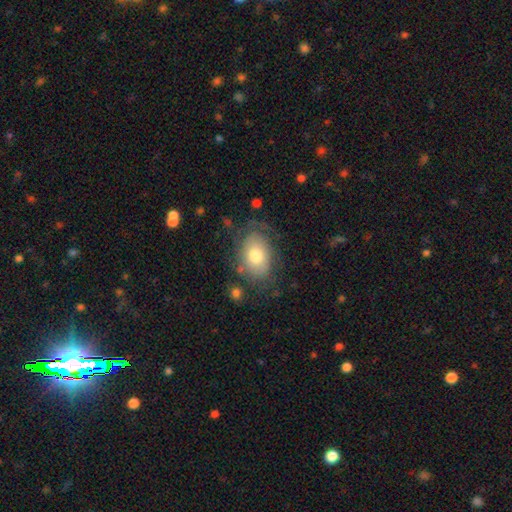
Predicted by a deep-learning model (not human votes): This is possibly a smooth galaxy (56%). How rounded: likely in between (74%). Merging: likely none (62%).